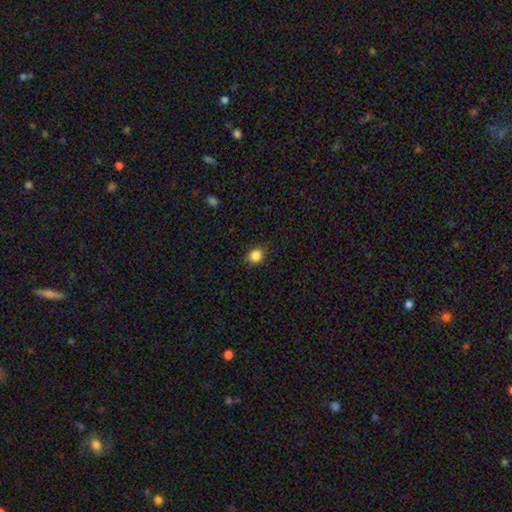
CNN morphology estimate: smooth 85%, star or artifact 10%, featured or disk 4%. Down the decision tree: how rounded — round (65%); merging — none (87%).